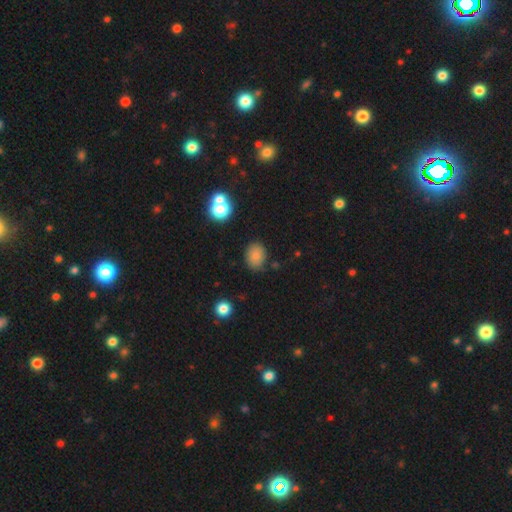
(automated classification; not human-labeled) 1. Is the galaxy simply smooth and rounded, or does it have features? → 78% smooth, 11% star or artifact, 10% featured or disk.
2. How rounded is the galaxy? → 57% in between, 42% round, 1% cigar-shaped.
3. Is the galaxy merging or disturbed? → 80% none, 14% minor disturbance, 3% major disturbance, 3% merger.